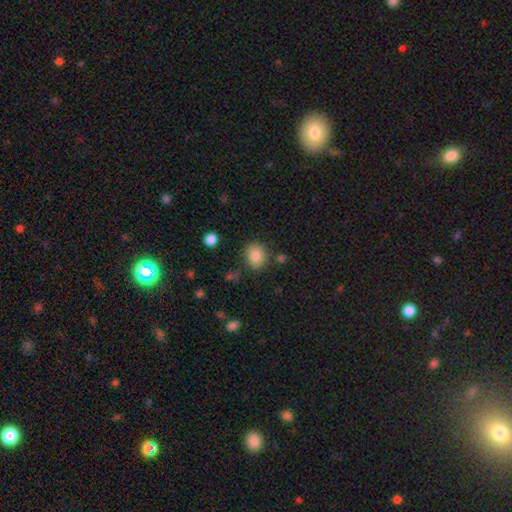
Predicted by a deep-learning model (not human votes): Smooth or featured? Predicted: smooth (p=0.83). How rounded? Predicted: round (p=0.65). Merging? Predicted: none (p=0.81).